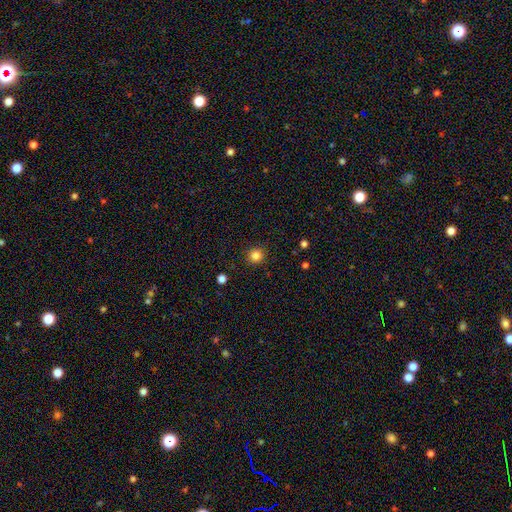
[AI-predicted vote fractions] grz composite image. It shows a smooth galaxy with no disk features (84%) that is round (93%). Merging: none (90%).